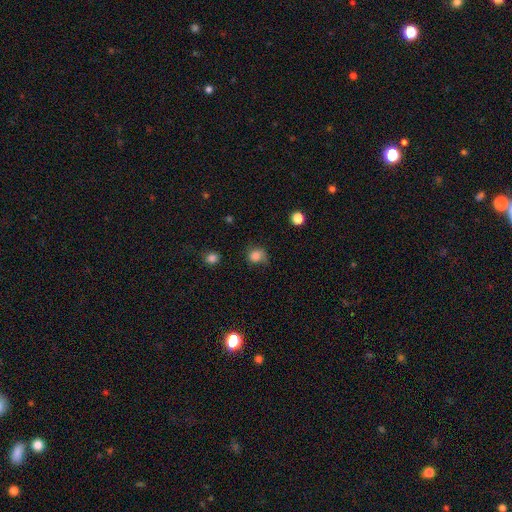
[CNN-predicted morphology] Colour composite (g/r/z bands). It shows a smooth galaxy with no disk features (82%) that is round (70%). Merging: none (52%).